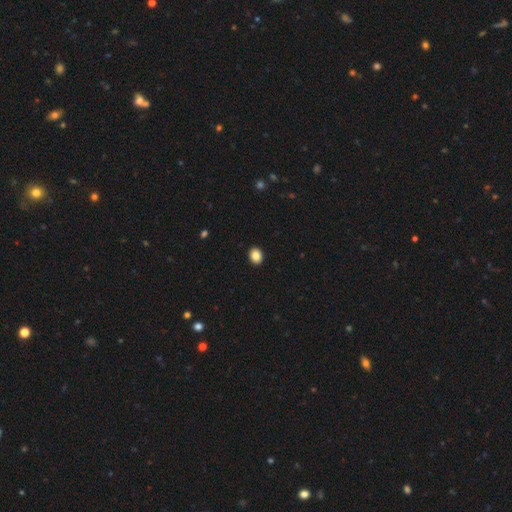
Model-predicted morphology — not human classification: Smooth or featured? Predicted: smooth (p=0.85). How rounded? Predicted: round (p=0.51). Merging? Predicted: none (p=0.92).